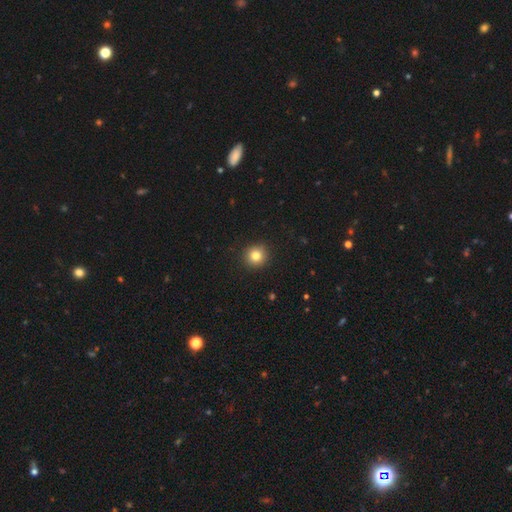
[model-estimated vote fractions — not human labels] Smooth or featured? Predicted: smooth (p=0.82). How rounded? Predicted: round (p=0.93). Merging? Predicted: none (p=0.91).